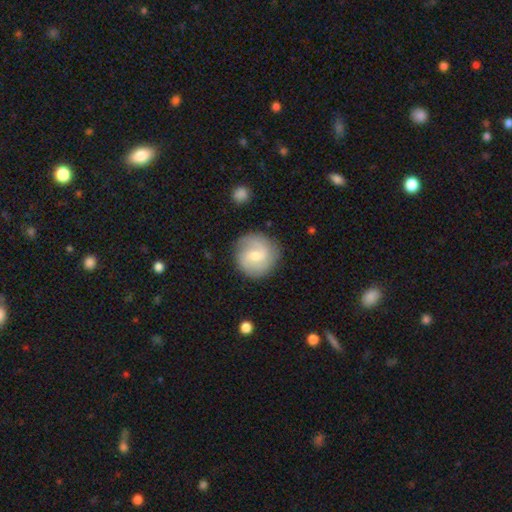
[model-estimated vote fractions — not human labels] A featured or disk galaxy (61%) with a weak bar (58%), 2 (68%) medium (46%) spiral arms (91%) and a moderate central bulge (52%). Merging: none (81%).